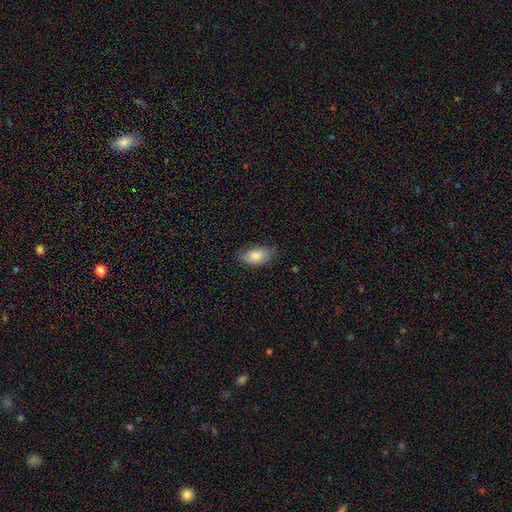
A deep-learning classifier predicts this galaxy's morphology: This is clearly a smooth galaxy (82%). How rounded: clearly in between (92%). Merging: likely none (73%).